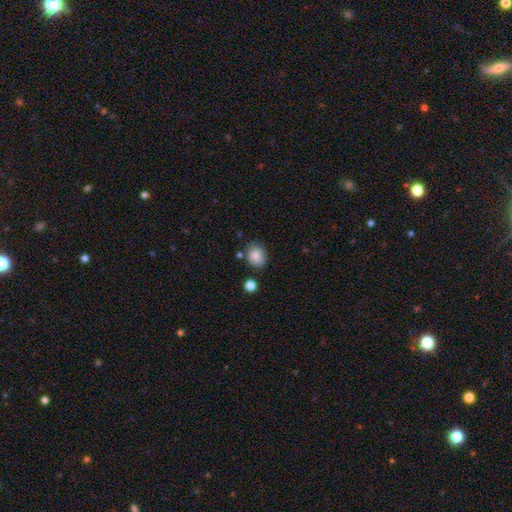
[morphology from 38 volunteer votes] type=smooth (95%); roundness=round (67%); merging=none (66%).